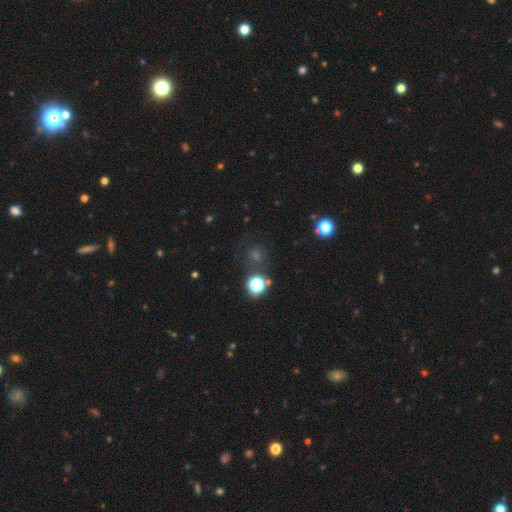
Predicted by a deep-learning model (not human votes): star or artifact 50%, smooth 40%, featured or disk 9%.